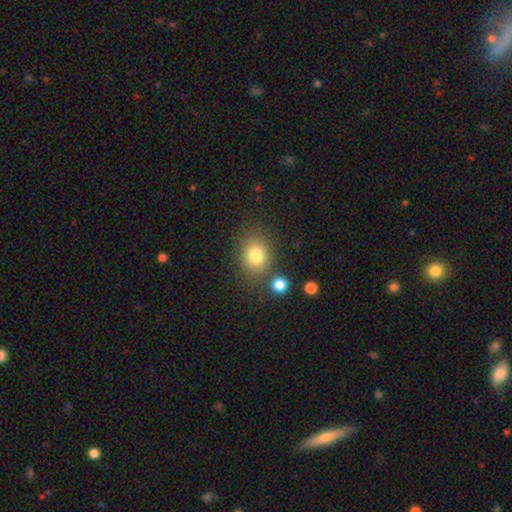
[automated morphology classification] type=smooth (80%); roundness=round (58%); merging=none (77%).